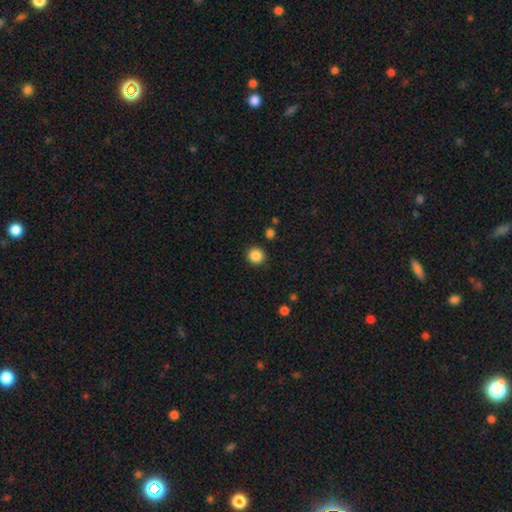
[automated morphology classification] smooth 87%, star or artifact 10%, featured or disk 3%. Down the decision tree: how rounded — round (92%); merging — none (90%).